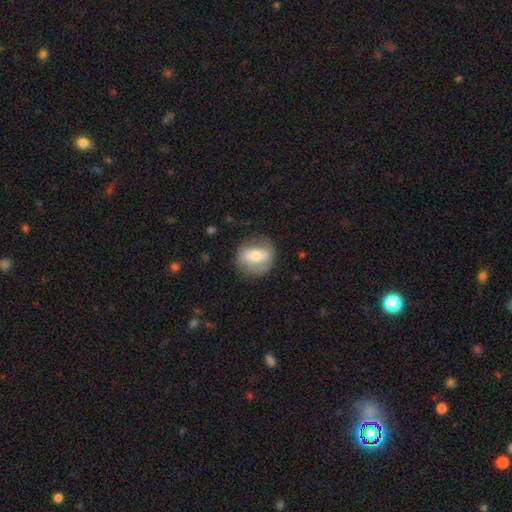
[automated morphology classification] The model was most divided on "smooth or featured": smooth: 54%, featured or disk: 39%, star or artifact: 7%. More confident: merging — none (74%); how rounded — round (58%).